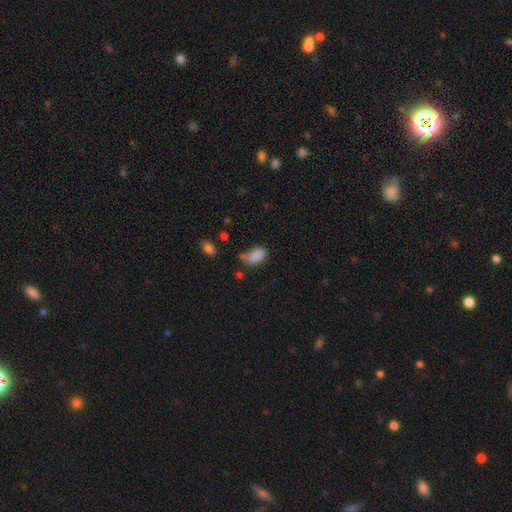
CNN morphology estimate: The model was most divided on "merging": none: 43%, minor disturbance: 33%, major disturbance: 16%, merger: 9%. More confident: how rounded — in between (90%); smooth or featured — smooth (84%).